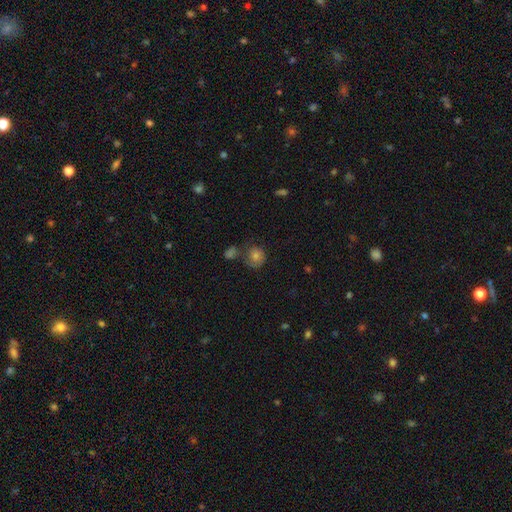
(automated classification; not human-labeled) Overall: smooth (67%). How rounded: round (74%). Merging: none (60%).